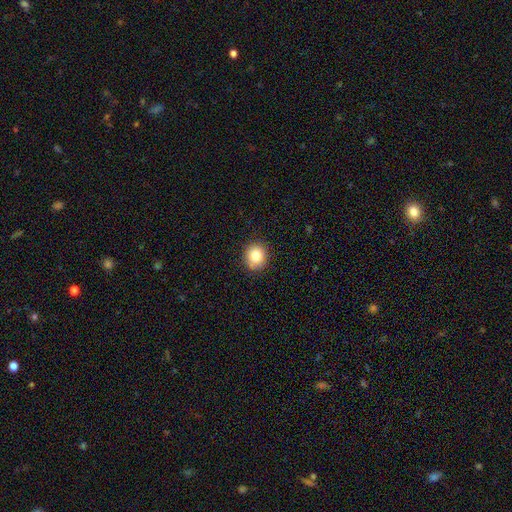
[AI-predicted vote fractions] smooth-or-featured: smooth: 83% | star or artifact: 10% | featured or disk: 7%
  how-rounded: round: 84% | in between: 15% | cigar-shaped: 1%
  merging: none: 87% | minor disturbance: 10% | major disturbance: 2% | merger: 1%